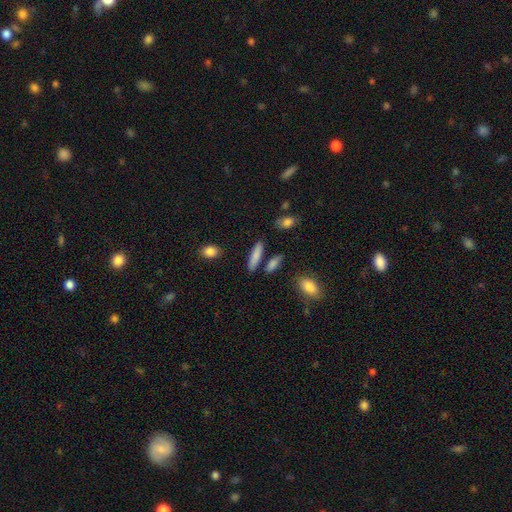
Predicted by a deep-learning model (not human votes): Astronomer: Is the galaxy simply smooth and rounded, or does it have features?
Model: smooth — 82%.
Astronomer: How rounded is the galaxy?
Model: cigar-shaped — 74%.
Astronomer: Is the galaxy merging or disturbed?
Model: none — 84%.